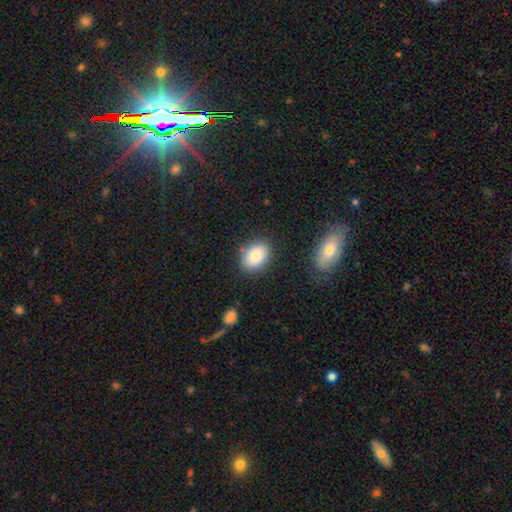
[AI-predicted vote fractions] smooth_or_featured: smooth (p=0.83) [alt: featured or disk p=0.09]
how_rounded: in between (p=0.77) [alt: round p=0.22]
merging: none (p=0.82) [alt: minor disturbance p=0.12]